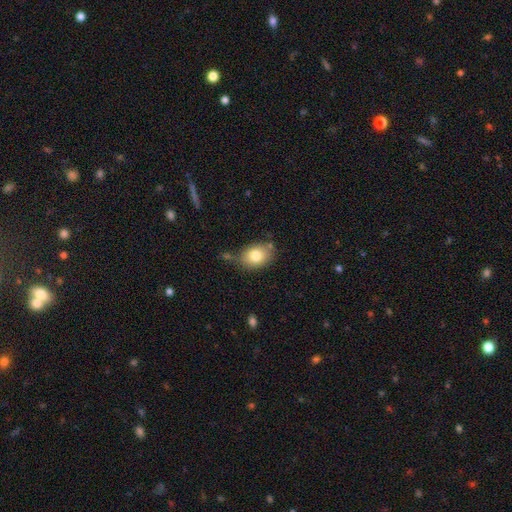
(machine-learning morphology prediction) smooth_or_featured: smooth (p=0.80) [alt: featured or disk p=0.12]
how_rounded: in between (p=0.70) [alt: round p=0.29]
merging: none (p=0.68) [alt: minor disturbance p=0.19]